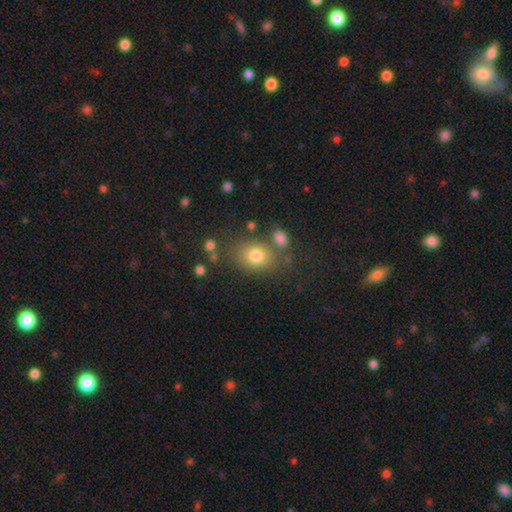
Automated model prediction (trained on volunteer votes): Smooth or featured?
  - smooth: 77% *
  - star or artifact: 13%
  - featured or disk: 10%
How rounded?
  - in between: 57% *
  - round: 42%
  - cigar-shaped: 1%
Merging?
  - none: 70% *
  - minor disturbance: 14%
  - merger: 10%
  - major disturbance: 6%